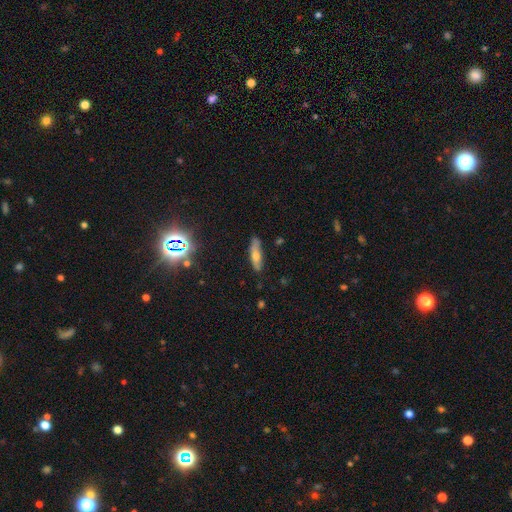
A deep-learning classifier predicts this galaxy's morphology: A smooth galaxy with no disk features (63%) that is cigar-shaped (65%). Merging: none (79%).